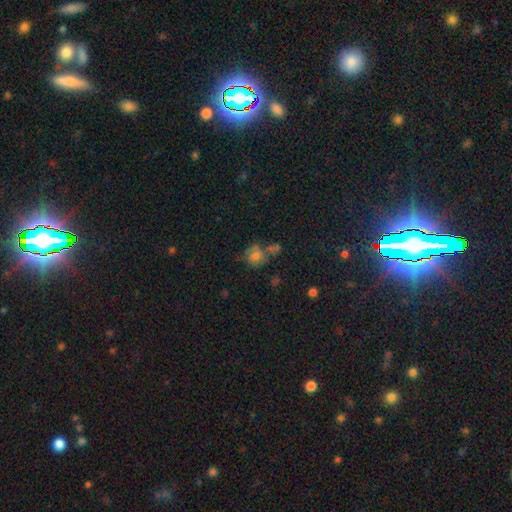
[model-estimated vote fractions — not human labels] Morphology: type=smooth (64%); roundness=round (63%); merging=none (39%).